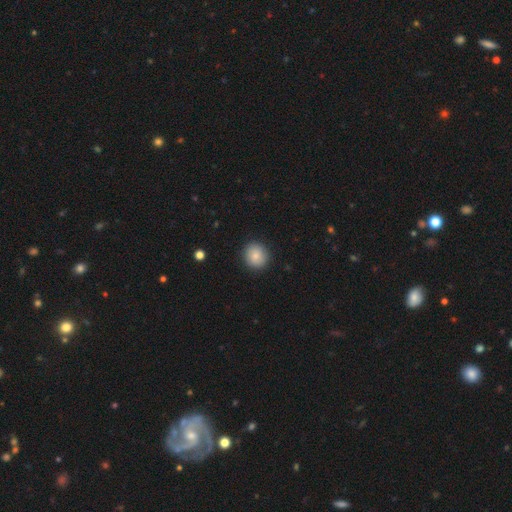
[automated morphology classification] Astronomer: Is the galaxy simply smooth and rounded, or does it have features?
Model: smooth — 83%.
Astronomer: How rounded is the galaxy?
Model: round — 87%.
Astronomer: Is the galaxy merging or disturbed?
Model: none — 90%.